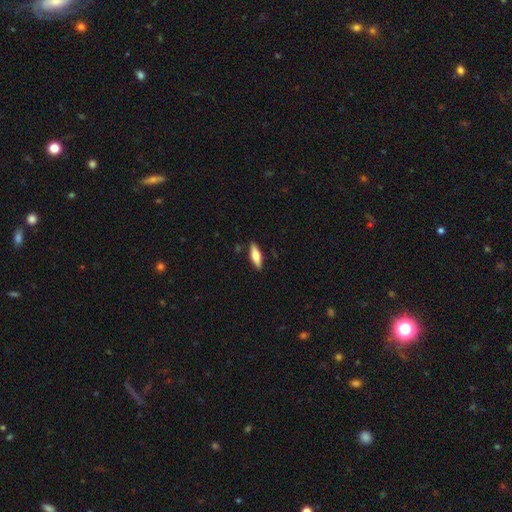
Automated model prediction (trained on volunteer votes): smooth_or_featured: smooth (p=0.66) [alt: featured or disk p=0.28]
how_rounded: in between (p=0.49) [alt: cigar-shaped p=0.48]
merging: none (p=0.87) [alt: minor disturbance p=0.10]